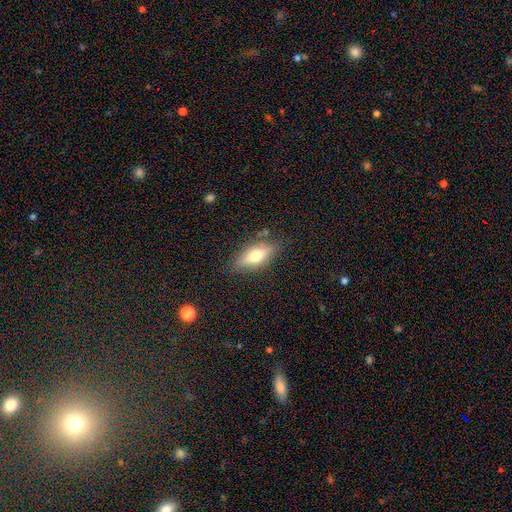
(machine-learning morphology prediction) smooth_or_featured: smooth (p=0.52) [alt: featured or disk p=0.40]
how_rounded: in between (p=0.65) [alt: cigar-shaped p=0.30]
merging: none (p=0.81) [alt: minor disturbance p=0.13]